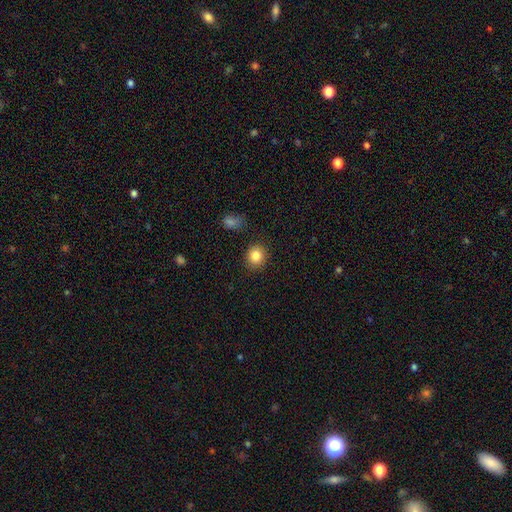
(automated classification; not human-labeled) A smooth galaxy with no disk features (84%) that is round (78%).

Vote fractions:
- Smooth or featured? smooth: 84% / star or artifact: 10% / featured or disk: 6%
- How rounded? round: 78% / in between: 21% / cigar-shaped: 1%
- Merging? none: 87% / minor disturbance: 8% / major disturbance: 2% / merger: 2%